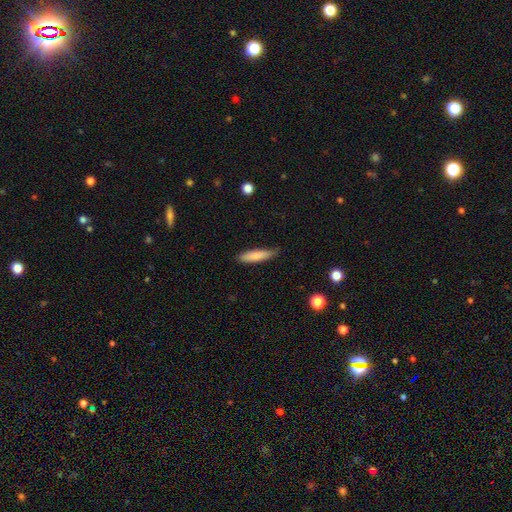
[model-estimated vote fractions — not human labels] A smooth galaxy with no disk features (80%) that is cigar-shaped (77%).

Vote fractions:
- Smooth or featured? smooth: 80% / featured or disk: 14% / star or artifact: 6%
- How rounded? cigar-shaped: 77% / in between: 21% / round: 1%
- Merging? none: 76% / minor disturbance: 20% / major disturbance: 3% / merger: 1%